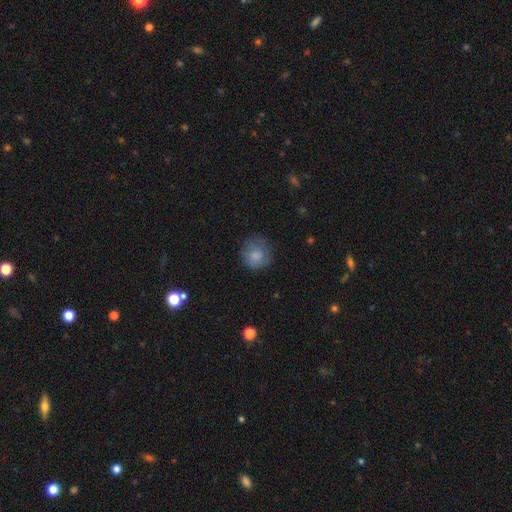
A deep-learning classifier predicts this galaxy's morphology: Smooth or featured?
  - smooth: 79% *
  - featured or disk: 13%
  - star or artifact: 8%
How rounded?
  - round: 87% *
  - in between: 12%
  - cigar-shaped: 1%
Merging?
  - none: 70% *
  - minor disturbance: 21%
  - major disturbance: 8%
  - merger: 1%